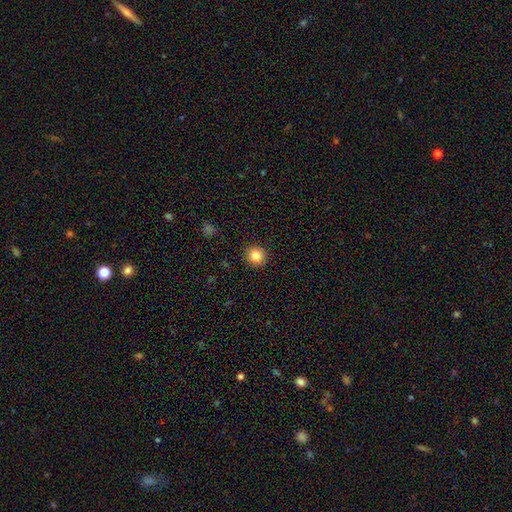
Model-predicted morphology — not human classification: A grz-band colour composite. It shows a smooth galaxy with no disk features (83%) that is round (91%). Merging: none (92%).